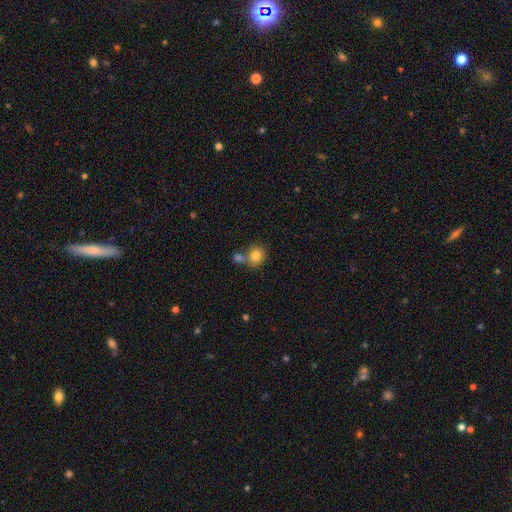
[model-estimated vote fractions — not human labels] This is clearly a smooth galaxy (81%). How rounded: likely round (66%). Merging: possibly none (51%).